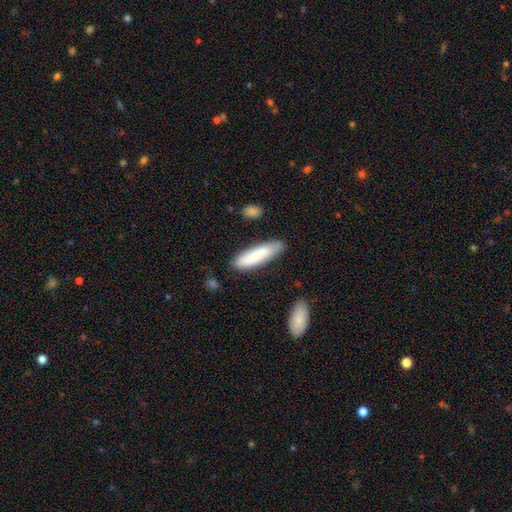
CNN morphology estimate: Smooth or featured? Predicted: smooth (p=0.75). How rounded? Predicted: cigar-shaped (p=0.66). Merging? Predicted: none (p=0.76).